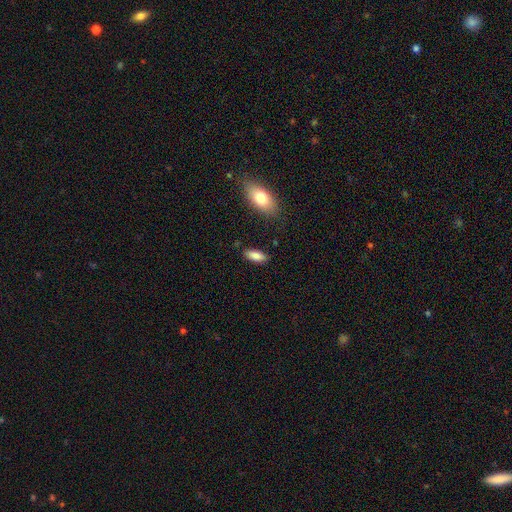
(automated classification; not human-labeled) Smooth or featured? Predicted: smooth (p=0.85). How rounded? Predicted: in between (p=0.83). Merging? Predicted: none (p=0.84).